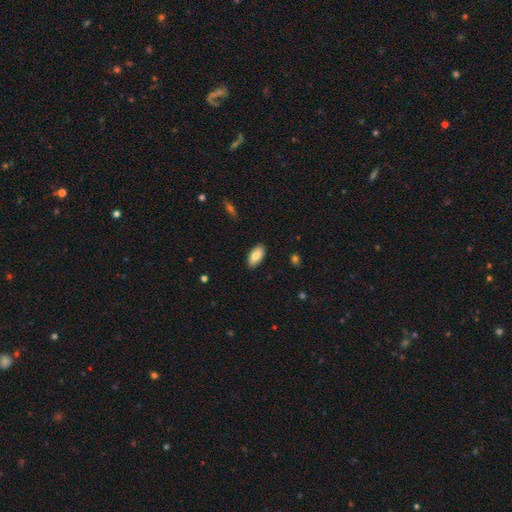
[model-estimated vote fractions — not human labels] Smooth or featured? smooth (81%)
How rounded? in between (93%)
Merging? none (88%)